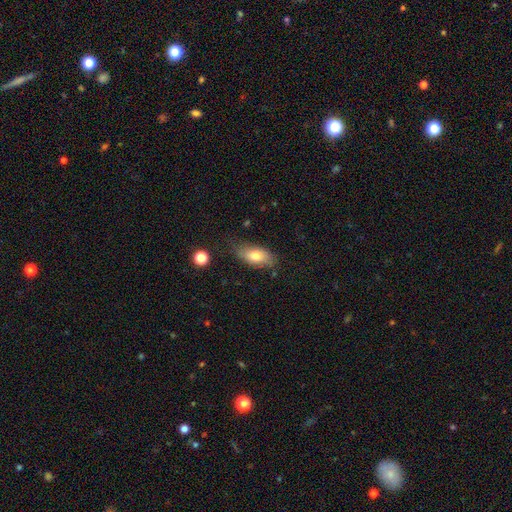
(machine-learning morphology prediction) Overall: smooth (74%). How rounded: in between (87%). Merging: none (71%).